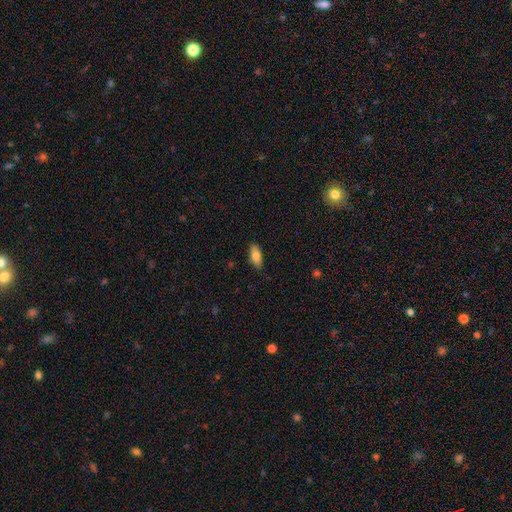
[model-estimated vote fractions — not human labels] The model was most divided on "how rounded": in between: 79%, cigar-shaped: 19%, round: 2%. More confident: merging — none (85%); smooth or featured — smooth (80%).